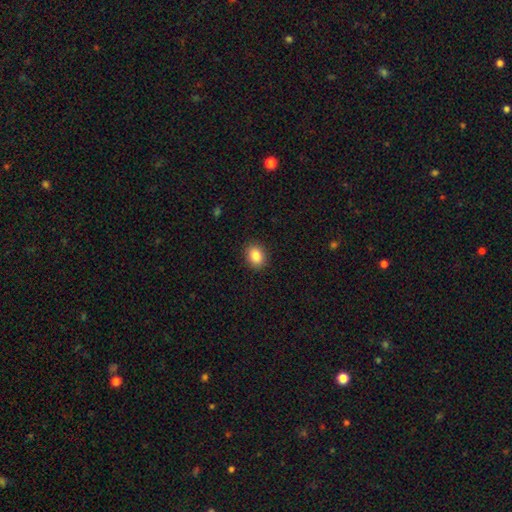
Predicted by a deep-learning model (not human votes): This appears to be a smooth galaxy with no disk features (85%) that is in between round and cigar-shaped (53%). Merging: none (90%).